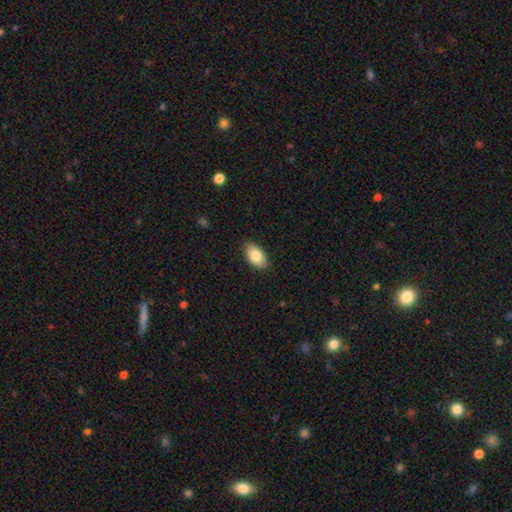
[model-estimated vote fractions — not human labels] Overall: smooth (85%). How rounded: in between (94%). Merging: none (87%).